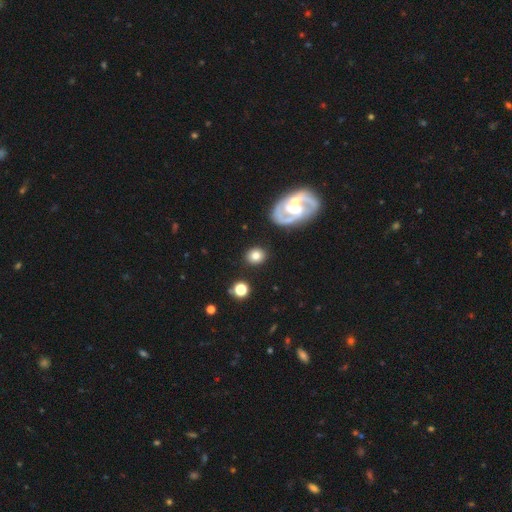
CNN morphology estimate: Overall: smooth (74%). How rounded: round (74%). Merging: none (87%).